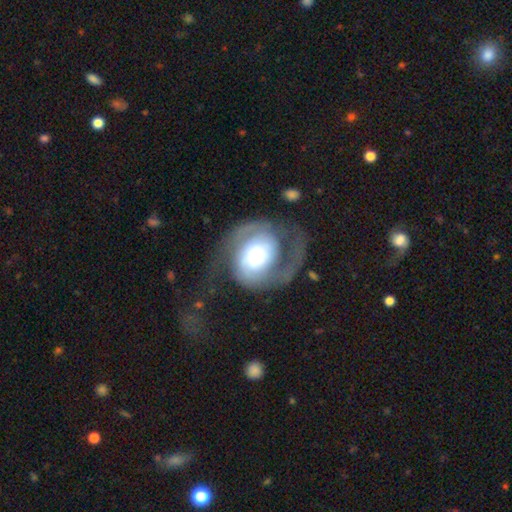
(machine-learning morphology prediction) Overall: featured or disk (80%). Edge-on disk: no (98%). Bar: no (68%). Spiral arms: yes (93%). Spiral arm count: 2 (85%). Spiral winding: medium (45%; tight 29%). Bulge size: large (44%; dominant 21%). Merging: none (52%; major disturbance 27%).